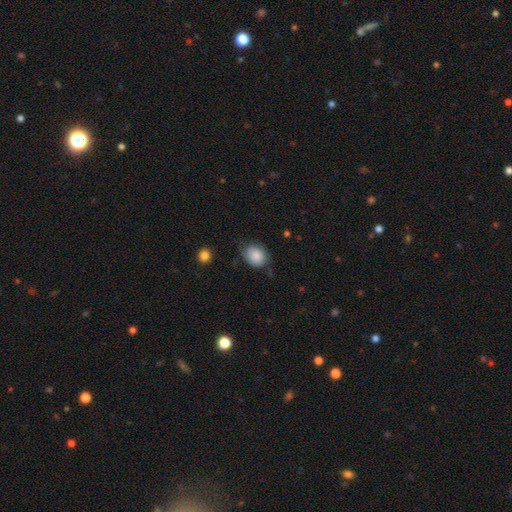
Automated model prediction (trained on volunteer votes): Smooth or featured: smooth — 86% (star or artifact — 7%)
How rounded: in between — 55% (round — 44%)
Merging: none — 65% (minor disturbance — 27%)